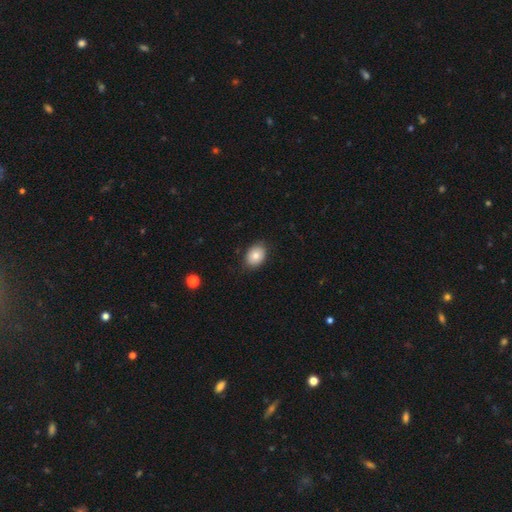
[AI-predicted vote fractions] smooth-or-featured: smooth: 81% | featured or disk: 11% | star or artifact: 8%
  how-rounded: in between: 71% | round: 28% | cigar-shaped: 1%
  merging: none: 83% | minor disturbance: 13% | major disturbance: 3% | merger: 1%